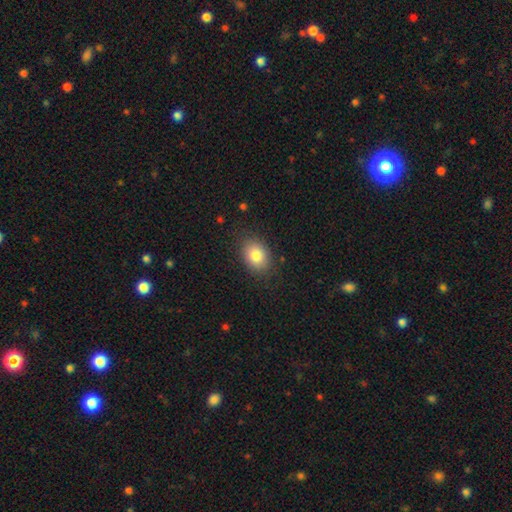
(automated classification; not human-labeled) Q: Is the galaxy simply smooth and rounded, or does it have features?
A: smooth — 82%.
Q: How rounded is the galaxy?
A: in between — 68%.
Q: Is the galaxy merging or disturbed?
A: none — 82%.